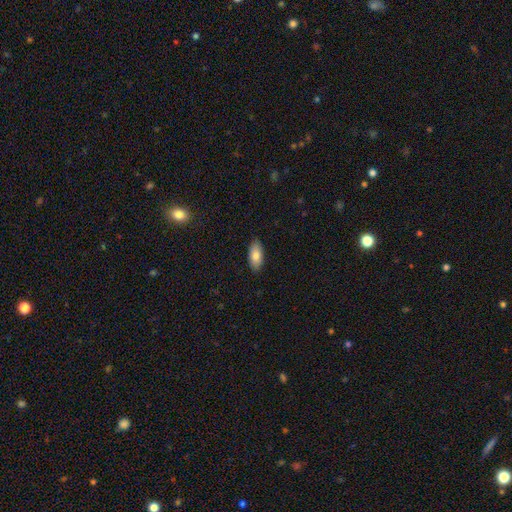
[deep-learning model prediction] Smooth or featured: smooth — 82% (featured or disk — 12%)
How rounded: in between — 88% (cigar-shaped — 10%)
Merging: none — 88% (minor disturbance — 9%)